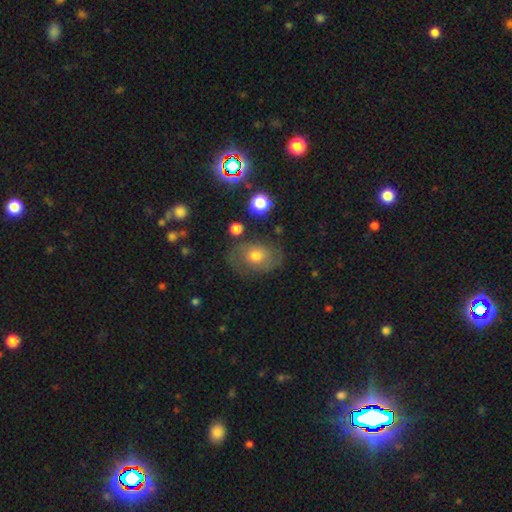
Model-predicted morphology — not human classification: smooth_or_featured: smooth (p=0.45) [alt: featured or disk p=0.44]
merging: none (p=0.64) [alt: minor disturbance p=0.21]